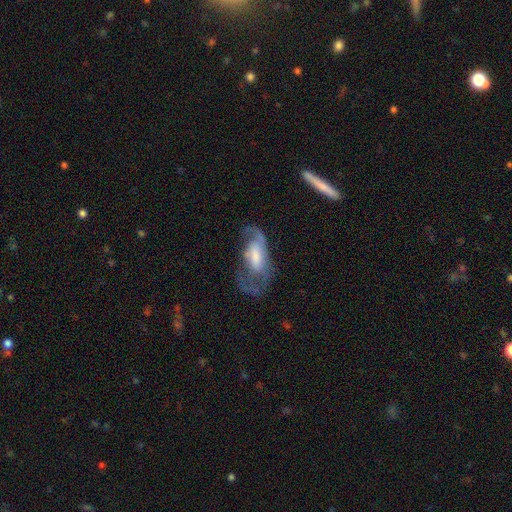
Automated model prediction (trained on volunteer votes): Smooth or featured? featured or disk (66%)
Edge-on disk? no (93%)
Bar? no (48%)
Spiral arms? yes (79%)
Bulge size? moderate (35%)
Merging? major disturbance (39%)